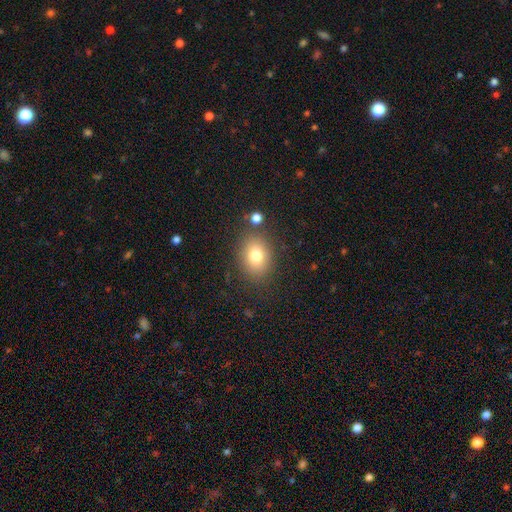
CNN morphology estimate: Smooth or featured: smooth — 78% (star or artifact — 12%)
How rounded: in between — 53% (round — 46%)
Merging: none — 82% (minor disturbance — 10%)